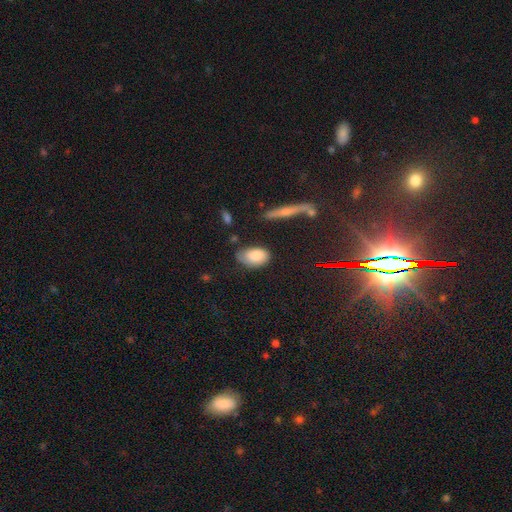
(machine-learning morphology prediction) Smooth or featured?
  - smooth: 77% *
  - featured or disk: 15%
  - star or artifact: 8%
How rounded?
  - in between: 92% *
  - round: 6%
  - cigar-shaped: 2%
Merging?
  - none: 58% *
  - minor disturbance: 30%
  - major disturbance: 8%
  - merger: 4%